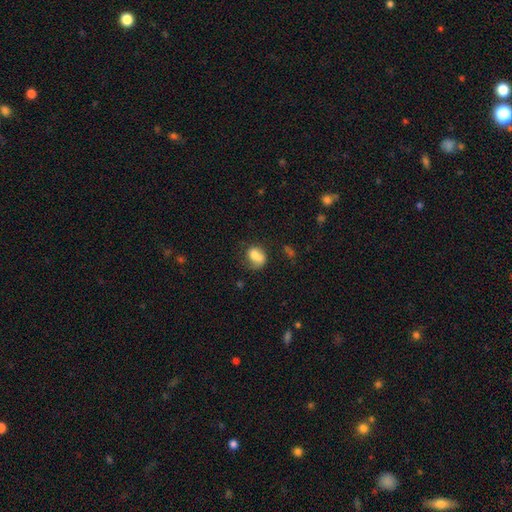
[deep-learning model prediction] This is likely a smooth galaxy (73%). How rounded: possibly in between (58%). Merging: marginally none (39%).